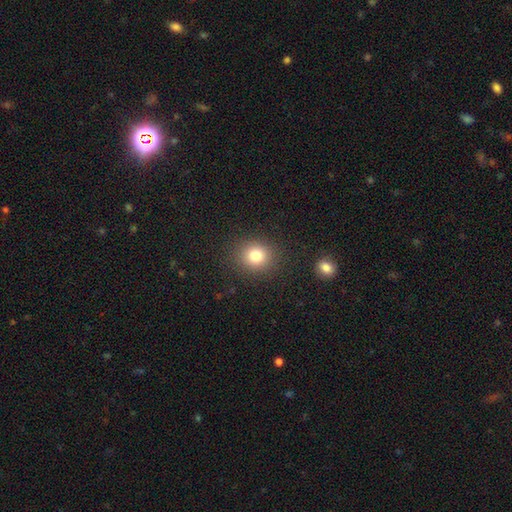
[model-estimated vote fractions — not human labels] A smooth galaxy with no disk features (80%) that is round (81%).

Vote fractions:
- Smooth or featured? smooth: 80% / star or artifact: 13% / featured or disk: 7%
- How rounded? round: 81% / in between: 18% / cigar-shaped: 1%
- Merging? none: 87% / minor disturbance: 8% / major disturbance: 3% / merger: 2%